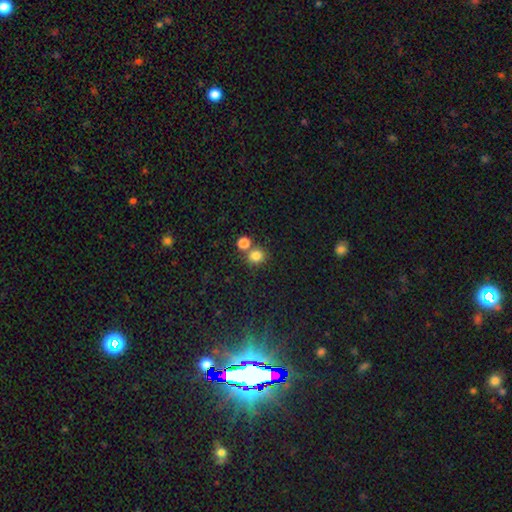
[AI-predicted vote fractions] Q: Smooth or featured?
A: smooth (81%); runner-up: star or artifact (13%)
Q: How rounded?
A: round (77%); runner-up: in between (22%)
Q: Merging?
A: none (60%); runner-up: merger (29%)